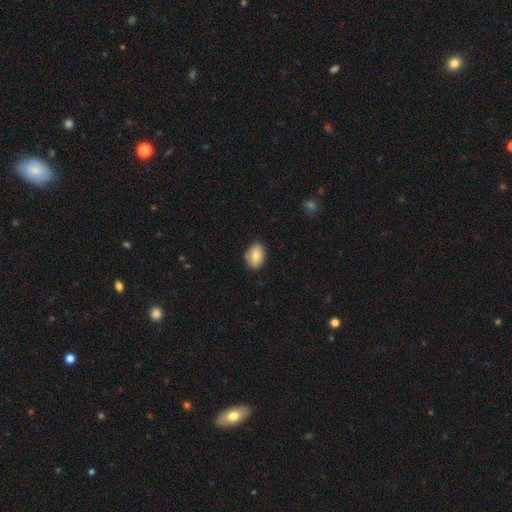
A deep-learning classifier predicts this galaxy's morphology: A smooth galaxy with no disk features (79%) that is in between round and cigar-shaped (78%).

Vote fractions:
- Smooth or featured? smooth: 79% / featured or disk: 13% / star or artifact: 7%
- How rounded? in between: 78% / round: 21% / cigar-shaped: 1%
- Merging? none: 85% / minor disturbance: 12% / major disturbance: 2% / merger: 1%